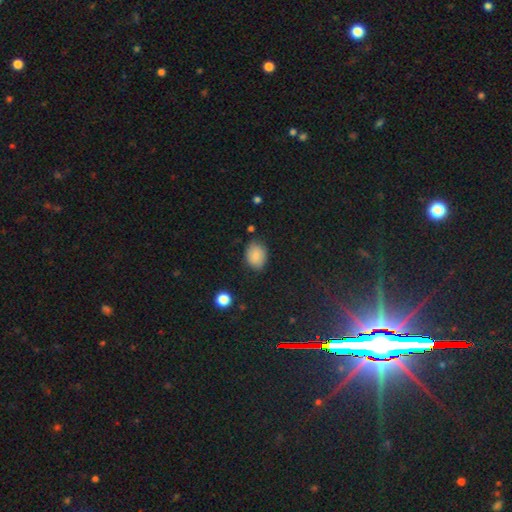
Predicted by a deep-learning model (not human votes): Morphology: type=smooth (81%); roundness=in between (66%); merging=none (76%).